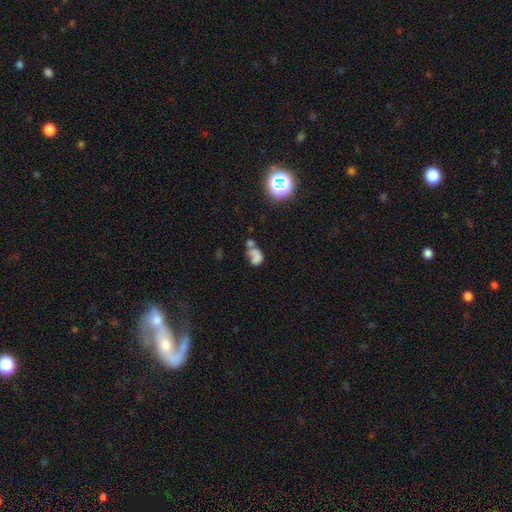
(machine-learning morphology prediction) Overall: smooth (56%; featured or disk 28%). How rounded: in between (73%). Merging: merger (43%; none 23%).